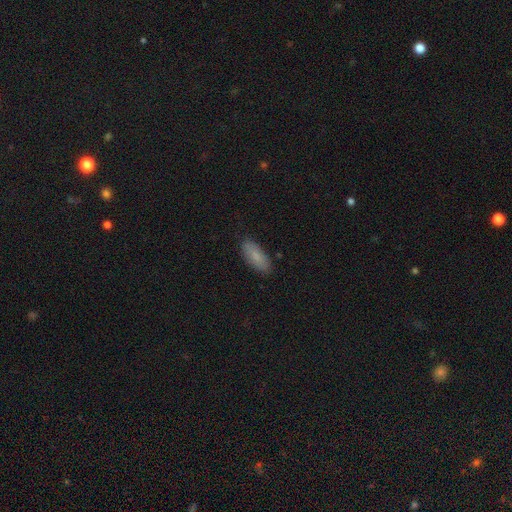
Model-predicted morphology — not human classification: Smooth or featured: smooth — 82% (featured or disk — 12%)
How rounded: in between — 75% (cigar-shaped — 24%)
Merging: none — 86% (minor disturbance — 11%)